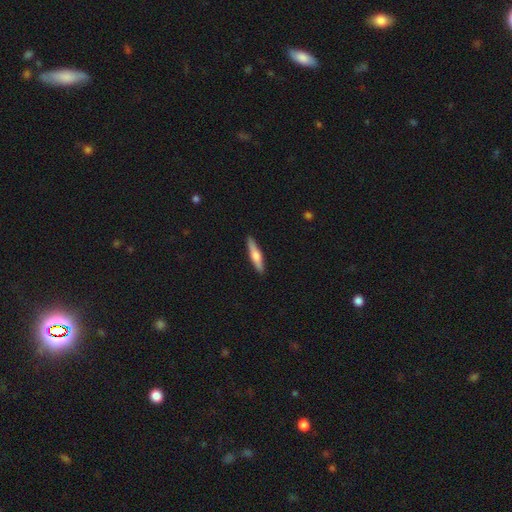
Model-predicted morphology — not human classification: A smooth galaxy with no disk features (54%) that is cigar-shaped (85%). Merging: none (91%).